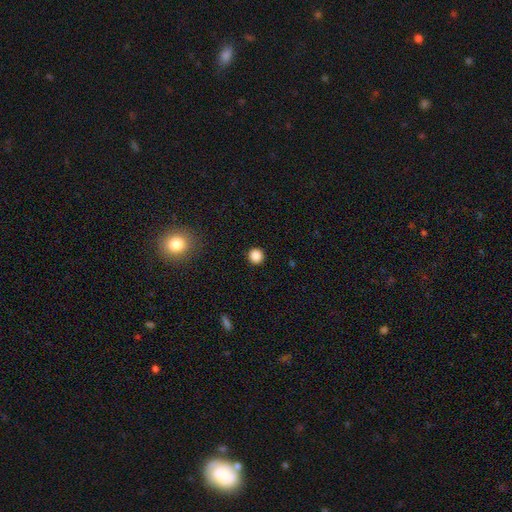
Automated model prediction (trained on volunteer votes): smooth_or_featured: smooth (p=0.86) [alt: star or artifact p=0.11]
how_rounded: round (p=0.94) [alt: in between p=0.05]
merging: none (p=0.92) [alt: minor disturbance p=0.05]